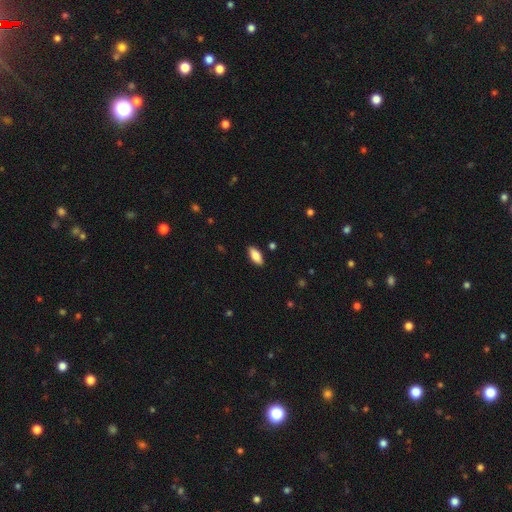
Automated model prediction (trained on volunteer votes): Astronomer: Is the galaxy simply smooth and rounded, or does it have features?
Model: smooth — 83%.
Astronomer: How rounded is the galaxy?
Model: in between — 87%.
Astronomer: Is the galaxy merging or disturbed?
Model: none — 88%.